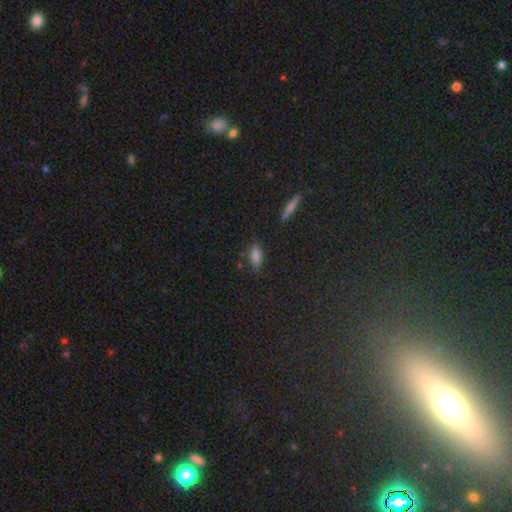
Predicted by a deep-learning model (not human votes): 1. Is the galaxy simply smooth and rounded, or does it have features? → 80% smooth, 12% star or artifact, 9% featured or disk.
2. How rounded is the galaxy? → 76% in between, 21% cigar-shaped, 4% round.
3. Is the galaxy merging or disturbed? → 73% none, 19% minor disturbance, 4% major disturbance, 4% merger.